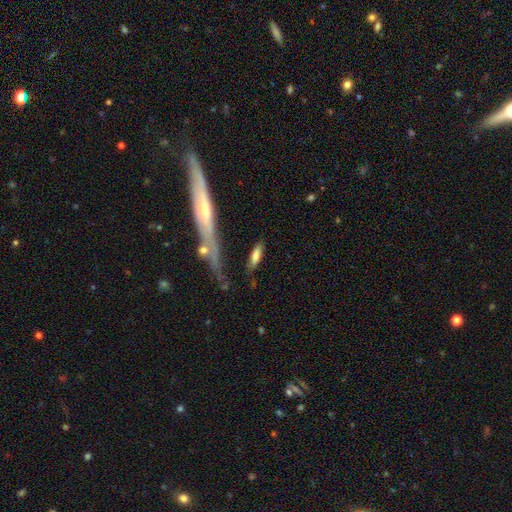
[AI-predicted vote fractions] This is likely a smooth galaxy (73%). How rounded: possibly cigar-shaped (53%). Merging: likely none (69%).